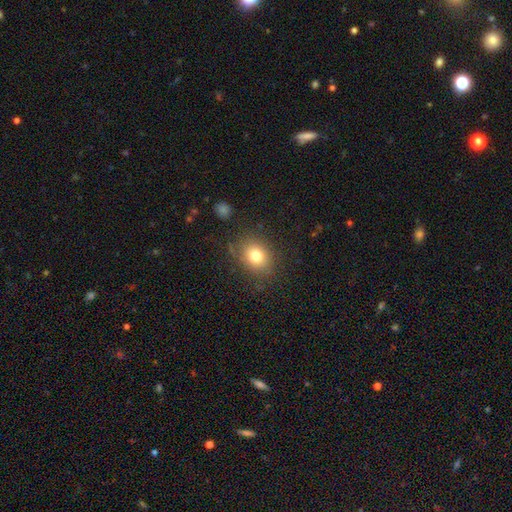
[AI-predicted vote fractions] Smooth or featured?
  - smooth: 79% *
  - star or artifact: 11%
  - featured or disk: 10%
How rounded?
  - round: 54% *
  - in between: 45%
  - cigar-shaped: 1%
Merging?
  - none: 79% *
  - minor disturbance: 13%
  - major disturbance: 5%
  - merger: 2%